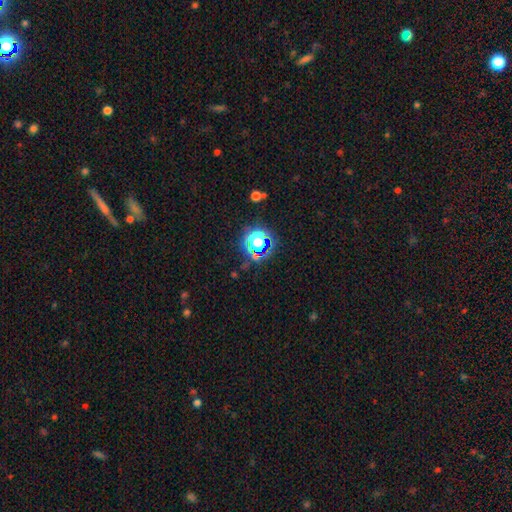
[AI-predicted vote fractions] This is likely a star or artifact rather than a galaxy (71%).